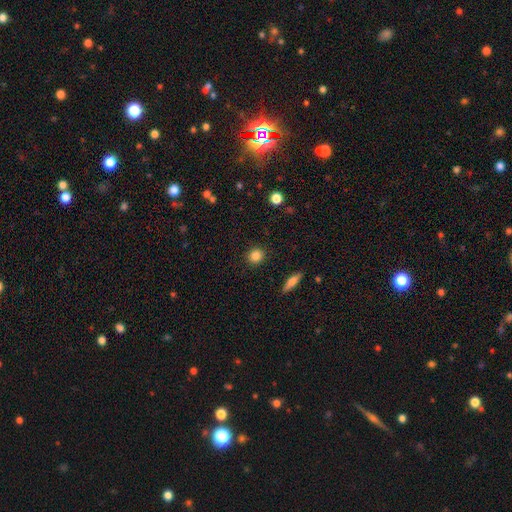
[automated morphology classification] Overall: smooth (85%). How rounded: round (84%). Merging: none (91%).